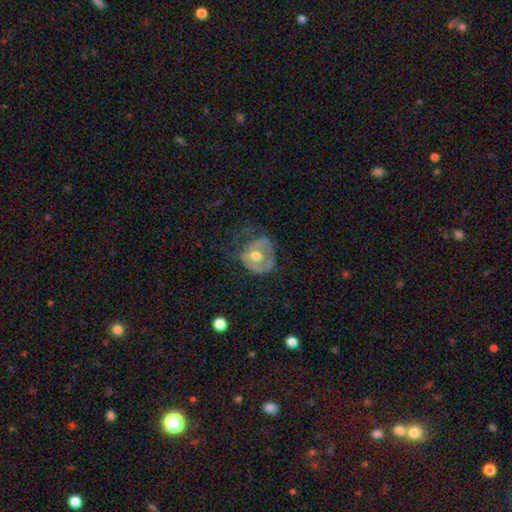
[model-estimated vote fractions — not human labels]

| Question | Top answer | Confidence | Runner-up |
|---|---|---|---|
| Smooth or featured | featured or disk | 52% | smooth (40%) |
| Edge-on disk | no | 96% | yes (4%) |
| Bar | no | 72% | weak (22%) |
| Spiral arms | no | 67% | yes (33%) |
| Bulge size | moderate | 74% | small (18%) |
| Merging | major disturbance | 35% | none (32%) |